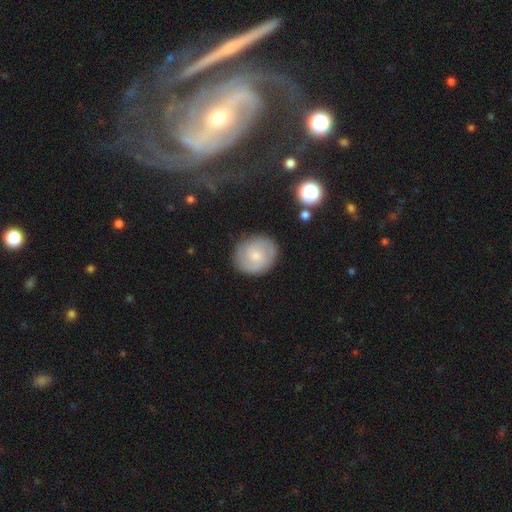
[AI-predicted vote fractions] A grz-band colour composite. It shows a featured or disk galaxy (58%) with no bar (61%), 2 (64%) tight (50%) spiral arms (89%) and a small central bulge (58%). Merging: none (84%).